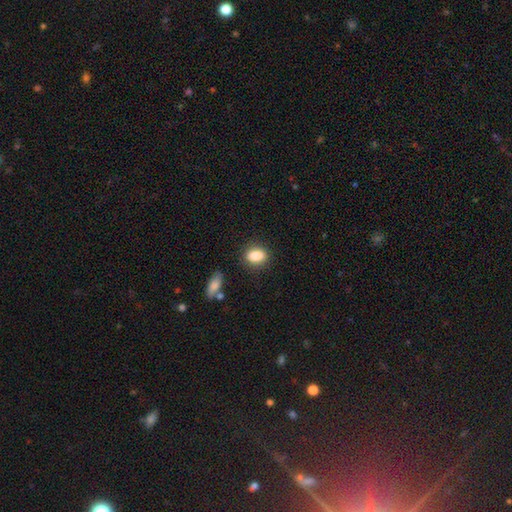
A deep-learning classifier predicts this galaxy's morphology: type=smooth (87%); roundness=in between (76%); merging=none (81%).